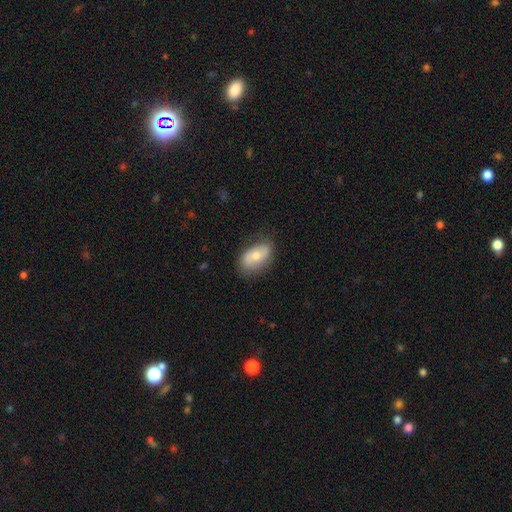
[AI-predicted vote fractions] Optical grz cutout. It shows a smooth galaxy with no disk features (60%) that is in between round and cigar-shaped (91%). Merging: none (75%).